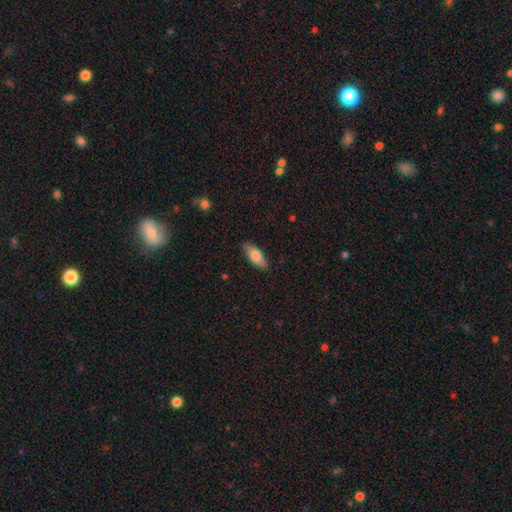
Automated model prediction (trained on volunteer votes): smooth 80%, featured or disk 14%, star or artifact 6%. Down the decision tree: how rounded — in between (78%); merging — none (84%).